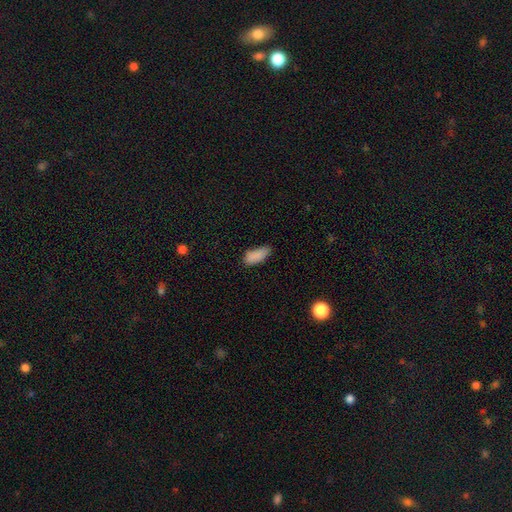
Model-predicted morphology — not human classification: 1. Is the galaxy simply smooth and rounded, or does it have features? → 87% smooth, 8% star or artifact, 5% featured or disk.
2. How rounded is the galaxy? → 82% in between, 15% cigar-shaped, 2% round.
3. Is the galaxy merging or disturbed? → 65% none, 27% minor disturbance, 5% major disturbance, 2% merger.